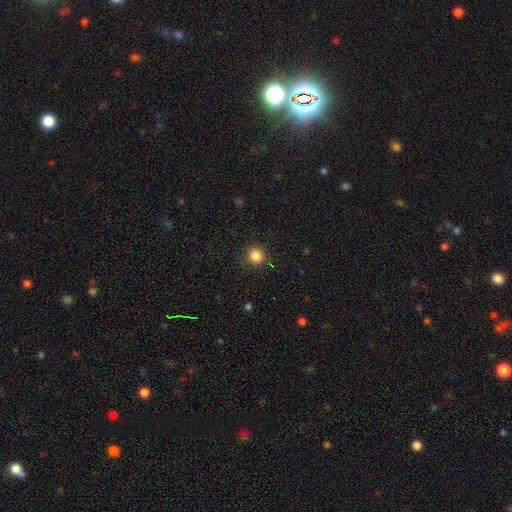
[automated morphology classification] A smooth galaxy with no disk features (85%) that is round (90%). Merging: none (89%).